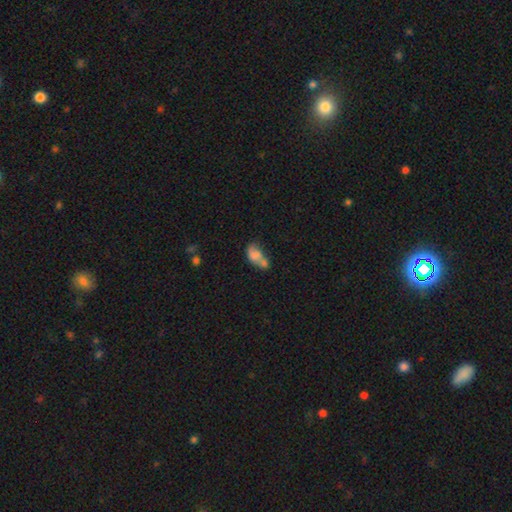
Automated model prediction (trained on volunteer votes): The model was most divided on "merging": merger: 51%, none: 19%, minor disturbance: 15%, major disturbance: 14%. More confident: how rounded — in between (84%); smooth or featured — smooth (63%).